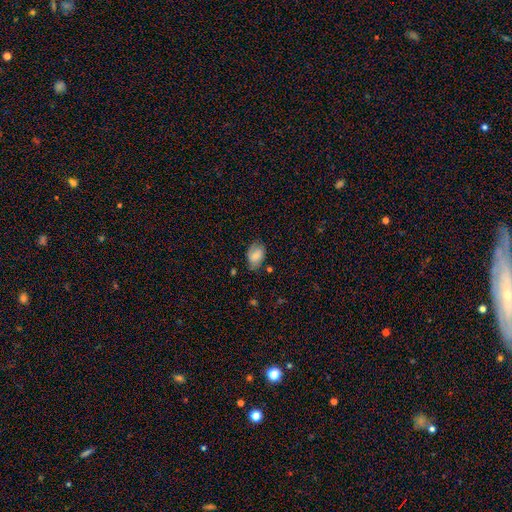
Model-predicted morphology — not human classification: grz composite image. It shows a smooth galaxy with no disk features (67%) that is in between round and cigar-shaped (84%). Merging: none (61%).